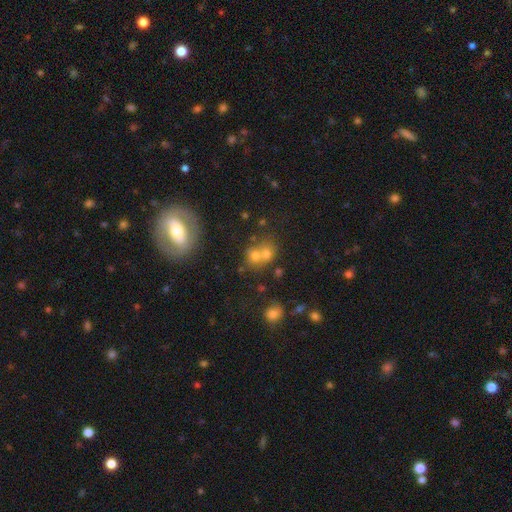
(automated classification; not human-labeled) This is likely a smooth galaxy (65%). How rounded: likely round (71%). Merging: possibly merger (59%).